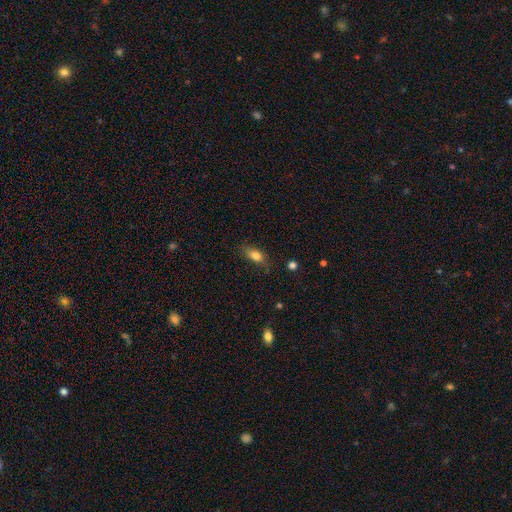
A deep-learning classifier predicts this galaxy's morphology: Smooth or featured? Predicted: smooth (p=0.79). How rounded? Predicted: in between (p=0.80). Merging? Predicted: none (p=0.74).